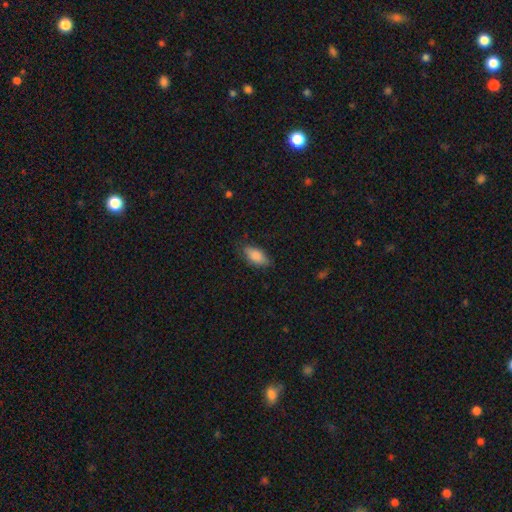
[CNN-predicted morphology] smooth_or_featured: smooth (p=0.86) [alt: featured or disk p=0.08]
how_rounded: in between (p=0.89) [alt: cigar-shaped p=0.08]
merging: none (p=0.77) [alt: minor disturbance p=0.18]